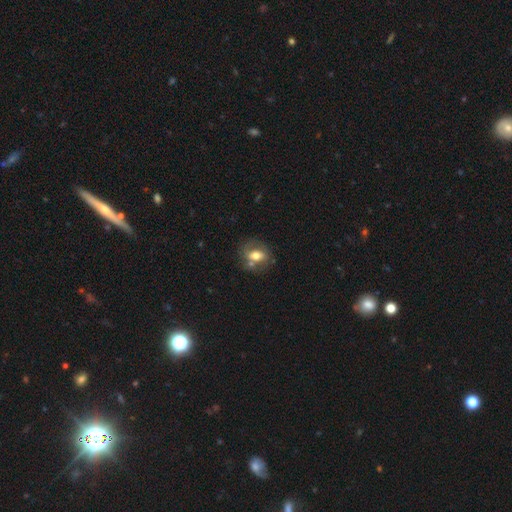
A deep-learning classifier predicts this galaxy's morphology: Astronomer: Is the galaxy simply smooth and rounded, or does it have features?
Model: smooth — 57% (runner-up: featured or disk, 35%).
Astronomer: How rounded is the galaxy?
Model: in between — 57% (runner-up: round, 40%).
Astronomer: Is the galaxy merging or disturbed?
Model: none — 59%.